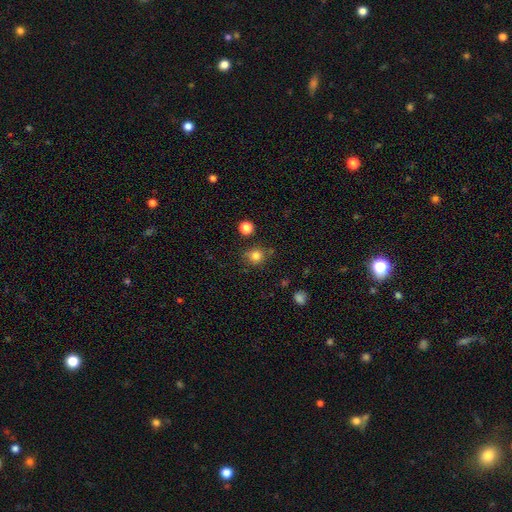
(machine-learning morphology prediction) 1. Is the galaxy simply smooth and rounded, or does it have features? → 82% smooth, 13% star or artifact, 5% featured or disk.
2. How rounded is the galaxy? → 86% round, 13% in between, 1% cigar-shaped.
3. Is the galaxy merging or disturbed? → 78% none, 13% minor disturbance, 5% merger, 4% major disturbance.